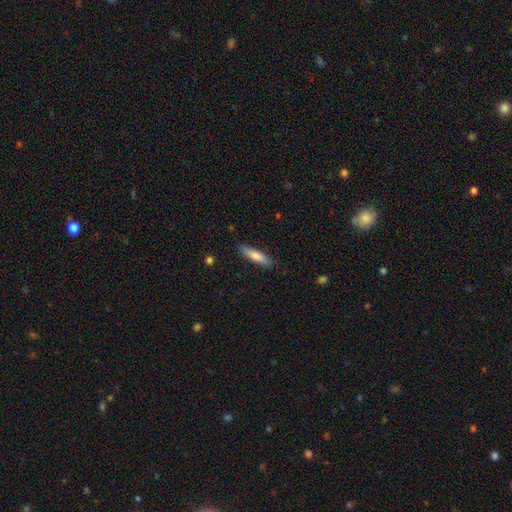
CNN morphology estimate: A smooth galaxy with no disk features (76%) that is cigar-shaped (72%). Merging: none (87%).